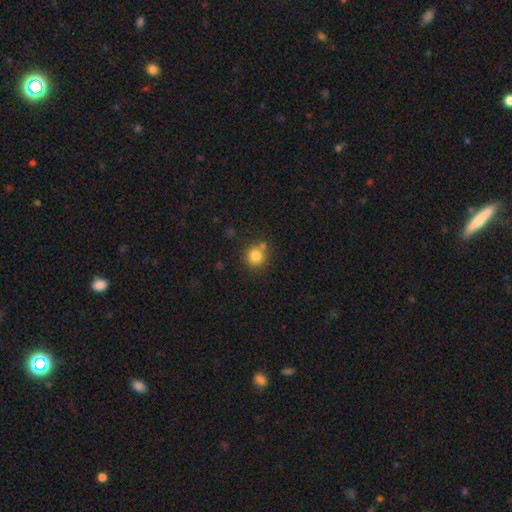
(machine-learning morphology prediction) Smooth or featured? smooth (82%)
How rounded? round (92%)
Merging? none (72%)